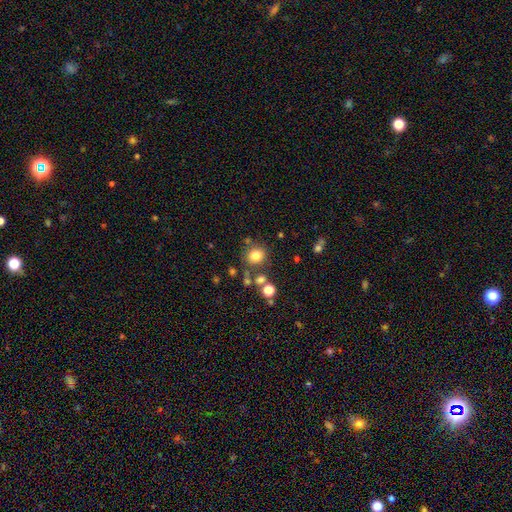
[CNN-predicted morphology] Smooth or featured? smooth (78%)
How rounded? round (84%)
Merging? none (76%)